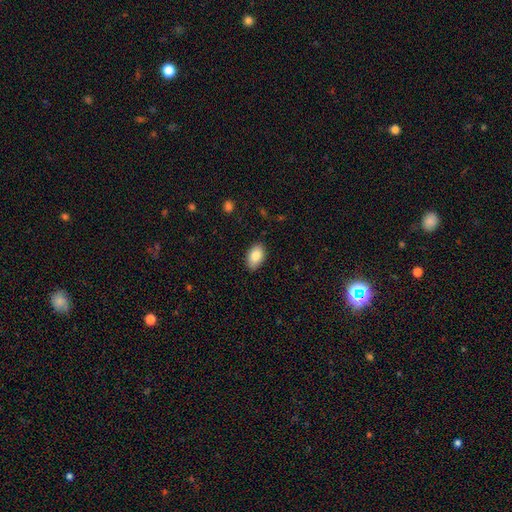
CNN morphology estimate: smooth 84%, featured or disk 9%, star or artifact 7%. Down the decision tree: how rounded — in between (92%); merging — none (86%).